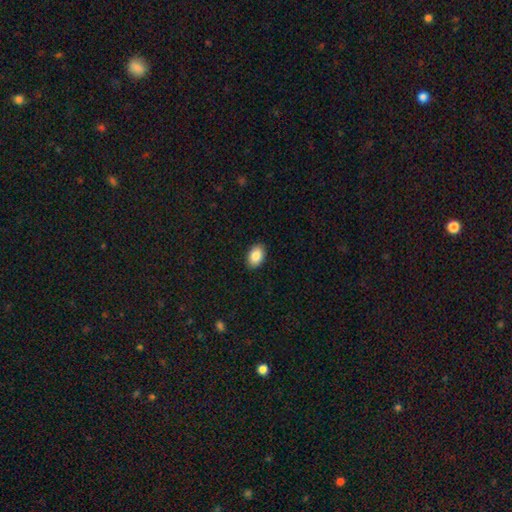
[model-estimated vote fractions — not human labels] A smooth galaxy with no disk features (87%) that is in between round and cigar-shaped (88%).

Vote fractions:
- Smooth or featured? smooth: 87% / star or artifact: 7% / featured or disk: 6%
- How rounded? in between: 88% / round: 11% / cigar-shaped: 1%
- Merging? none: 90% / minor disturbance: 7% / major disturbance: 2% / merger: 1%